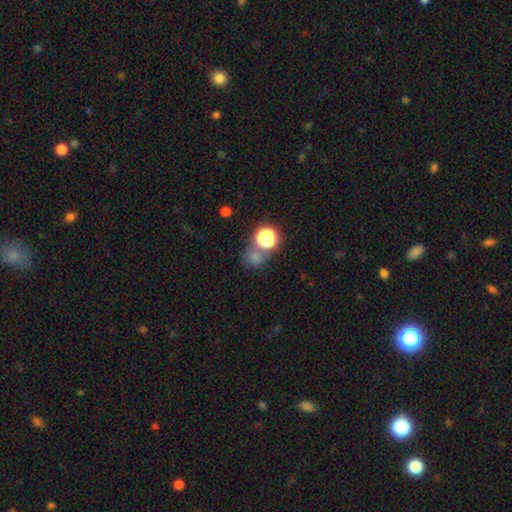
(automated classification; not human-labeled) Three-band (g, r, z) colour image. It shows a smooth galaxy with no disk features (65%) that is round (76%). Merging: none (52%).